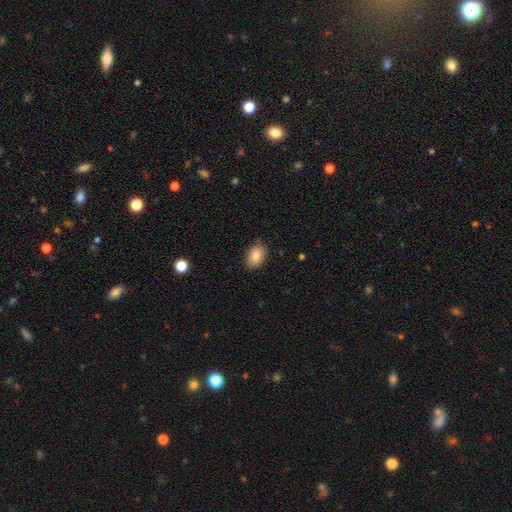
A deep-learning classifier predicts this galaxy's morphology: Smooth or featured?
  - smooth: 85% *
  - star or artifact: 8%
  - featured or disk: 7%
How rounded?
  - in between: 82% *
  - round: 16%
  - cigar-shaped: 1%
Merging?
  - none: 83% *
  - minor disturbance: 13%
  - major disturbance: 3%
  - merger: 1%